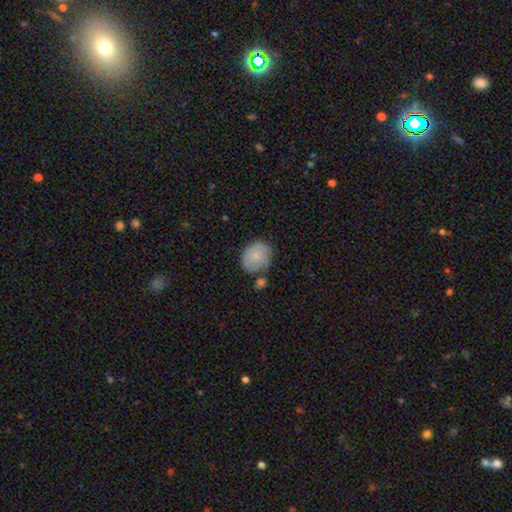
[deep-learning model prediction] smooth-or-featured: smooth: 79% | featured or disk: 14% | star or artifact: 7%
  how-rounded: round: 62% | in between: 37% | cigar-shaped: 1%
  merging: none: 64% | minor disturbance: 20% | merger: 10% | major disturbance: 5%